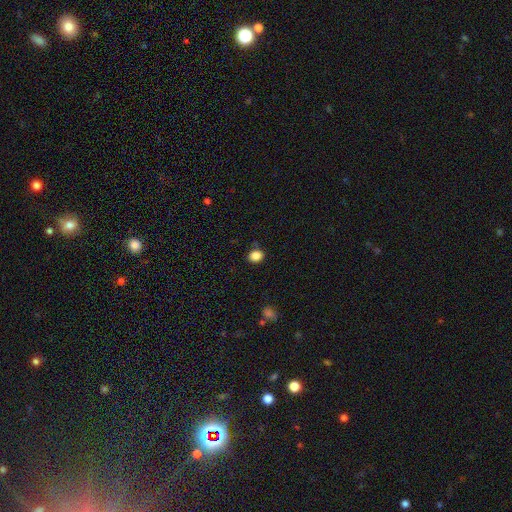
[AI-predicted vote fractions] Q: Smooth or featured?
A: smooth (86%); runner-up: star or artifact (10%)
Q: How rounded?
A: round (57%); runner-up: in between (42%)
Q: Merging?
A: none (85%); runner-up: minor disturbance (10%)